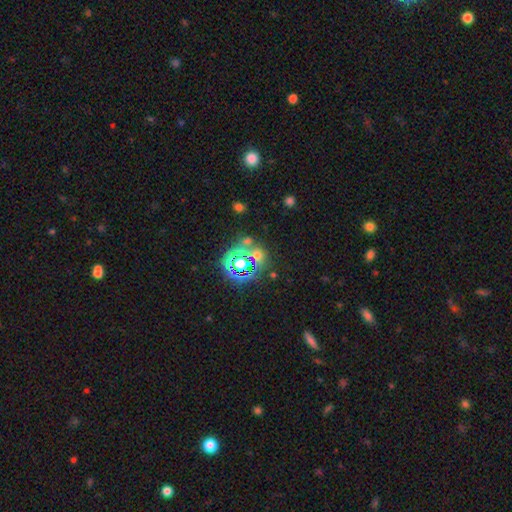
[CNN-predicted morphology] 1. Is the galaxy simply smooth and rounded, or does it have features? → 69% star or artifact, 22% smooth, 9% featured or disk.